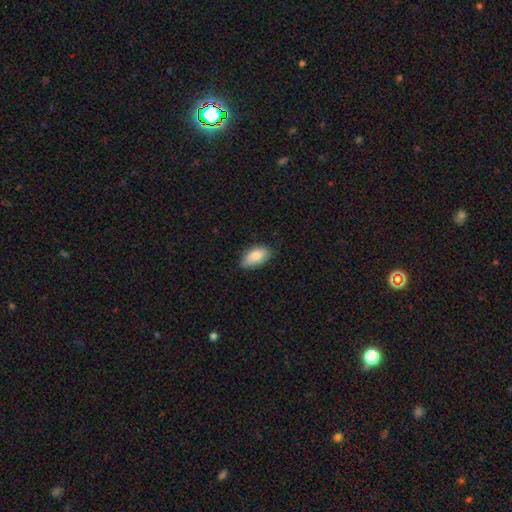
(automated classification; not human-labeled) Overall: smooth (84%). How rounded: in between (94%). Merging: none (76%).